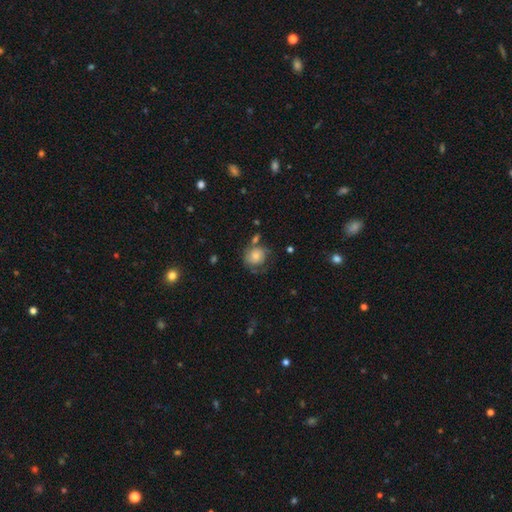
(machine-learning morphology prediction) type=smooth (54%); roundness=round (78%); merging=none (48%).